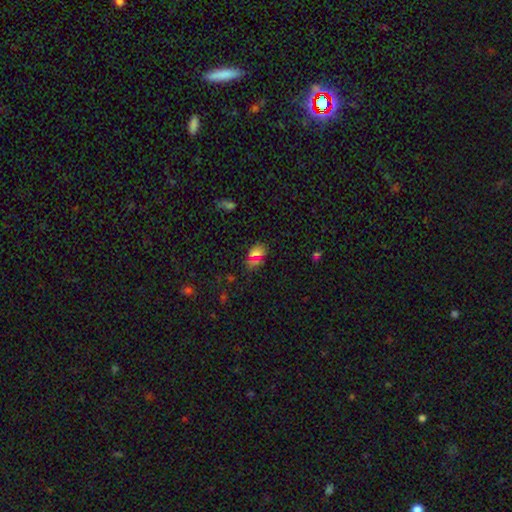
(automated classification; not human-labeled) A smooth galaxy with no disk features (60%) that is in between round and cigar-shaped (79%). Merging: none (76%).